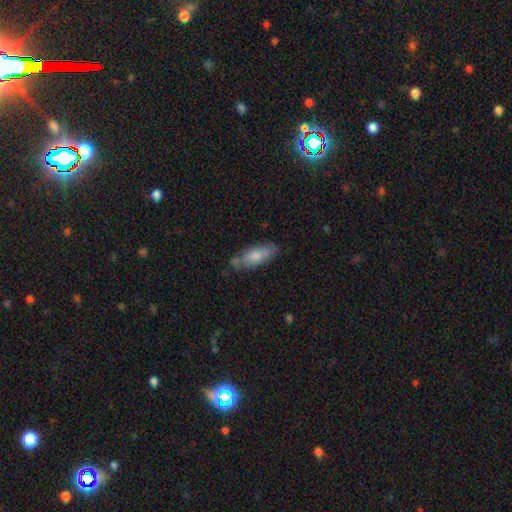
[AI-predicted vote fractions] smooth 74%, featured or disk 20%, star or artifact 6%. Down the decision tree: how rounded — in between (64%); merging — none (66%).